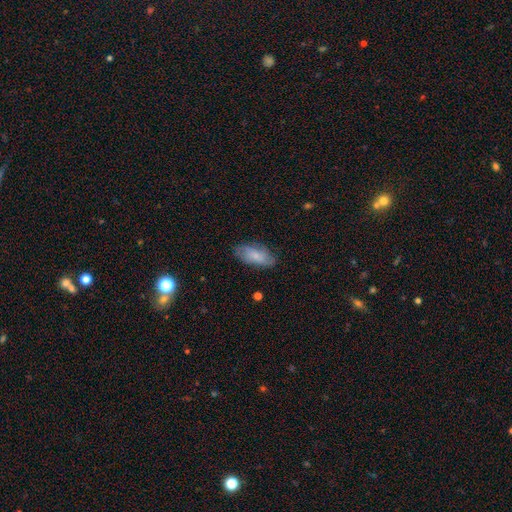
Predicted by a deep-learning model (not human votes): Morphology: type=smooth (64%); roundness=in between (87%); merging=none (75%).